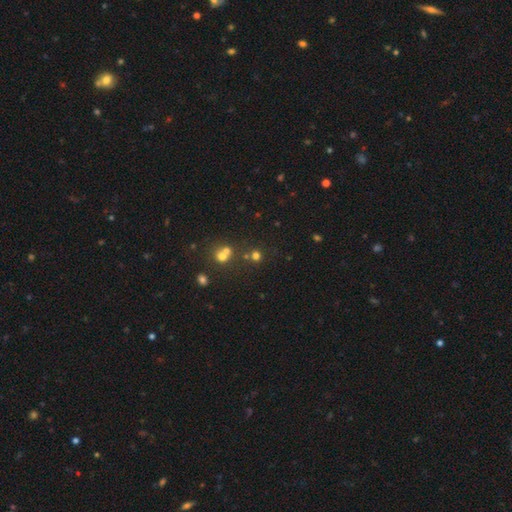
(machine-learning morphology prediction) A smooth galaxy with no disk features (66%) that is round (89%). Merging: none (63%).